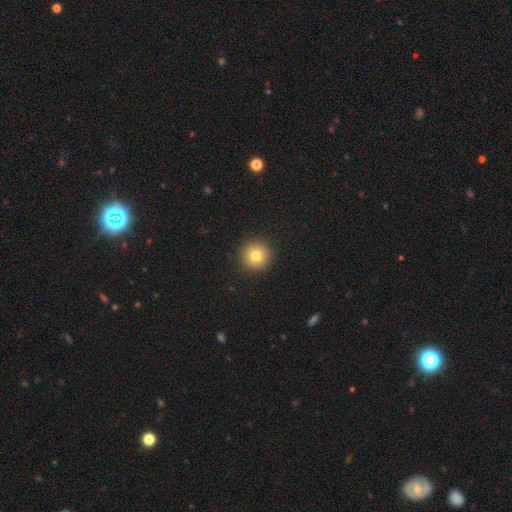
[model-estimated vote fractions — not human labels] A smooth galaxy with no disk features (79%) that is round (96%). Merging: none (93%).